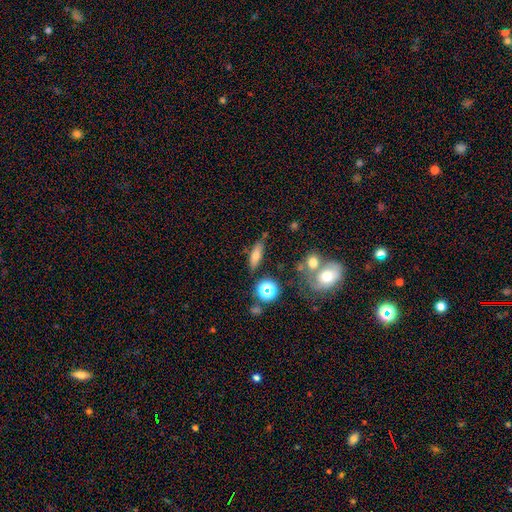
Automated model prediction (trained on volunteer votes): smooth 67%, featured or disk 19%, star or artifact 14%. Down the decision tree: how rounded — cigar-shaped (47%); merging — none (75%).